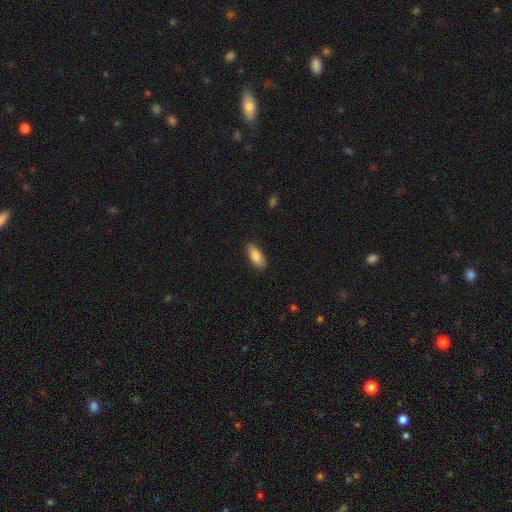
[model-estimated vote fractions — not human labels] smooth_or_featured: smooth (p=0.85) [alt: featured or disk p=0.09]
how_rounded: in between (p=0.80) [alt: cigar-shaped p=0.18]
merging: none (p=0.85) [alt: minor disturbance p=0.12]